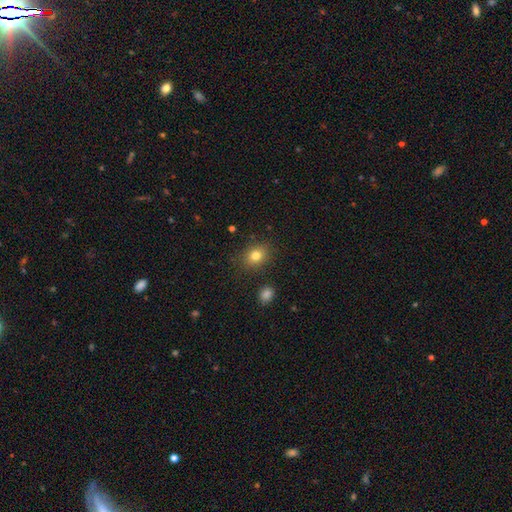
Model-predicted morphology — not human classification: This is clearly a smooth galaxy (81%). How rounded: possibly round (50%). Merging: clearly none (86%).